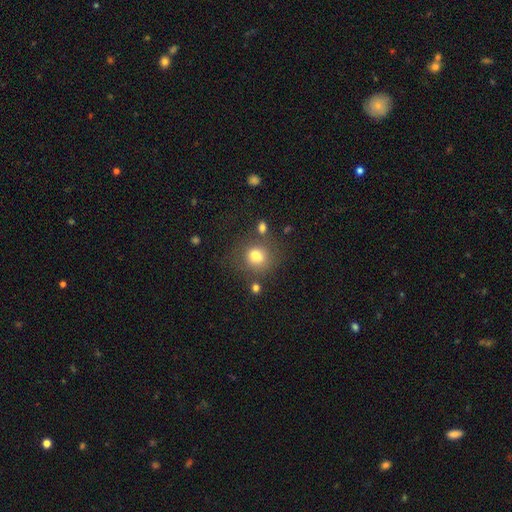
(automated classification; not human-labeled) Morphology: type=smooth (74%); roundness=round (76%); merging=none (64%).